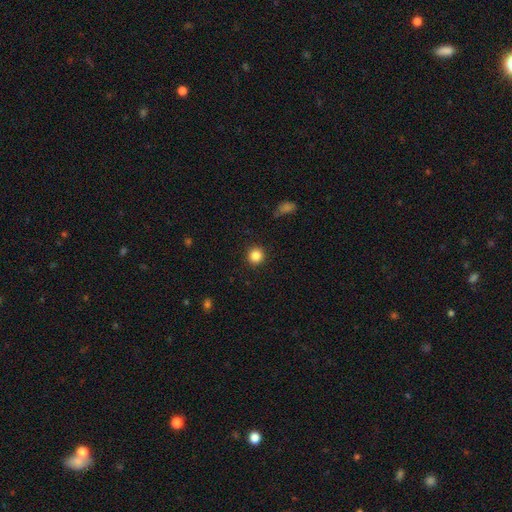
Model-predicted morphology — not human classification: This is clearly a smooth galaxy (86%). How rounded: clearly round (94%). Merging: clearly none (92%).